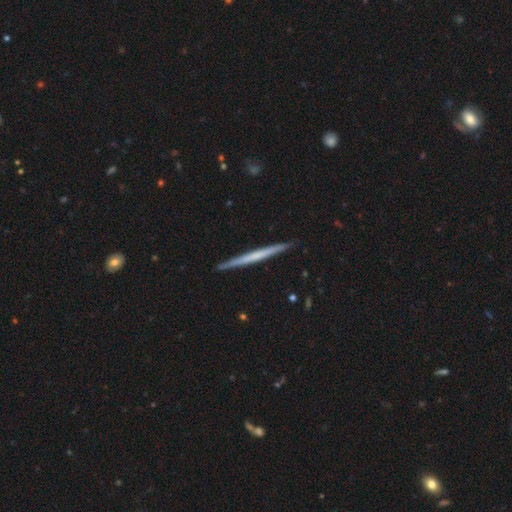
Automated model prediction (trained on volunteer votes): Morphology: type=featured or disk (52%); edge-on=yes (98%); edge-on bulge=none (86%); merging=none (91%).